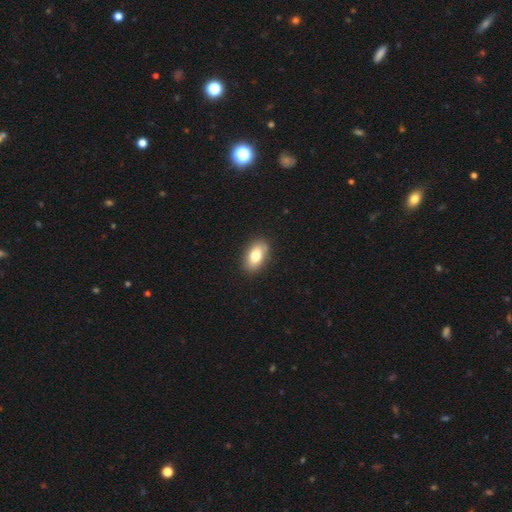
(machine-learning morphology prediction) Smooth or featured? smooth (78%)
How rounded? in between (89%)
Merging? none (86%)